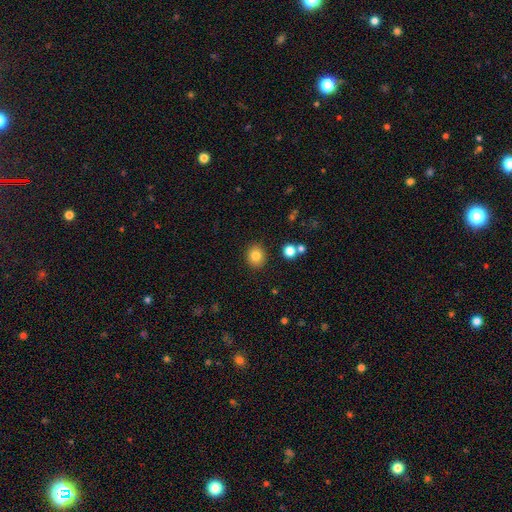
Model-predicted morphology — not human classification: type=smooth (82%); roundness=round (75%); merging=none (89%).